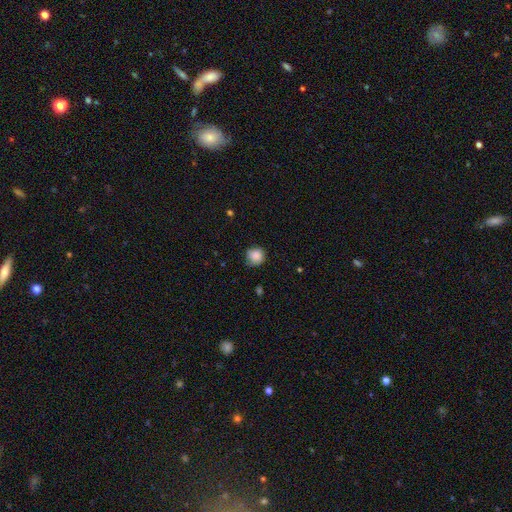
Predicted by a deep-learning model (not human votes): The model was most divided on "merging": none: 68%, minor disturbance: 25%, major disturbance: 5%, merger: 1%. More confident: how rounded — round (89%); smooth or featured — smooth (86%).